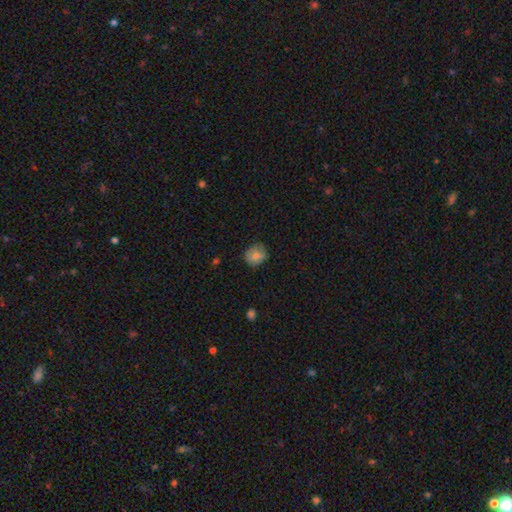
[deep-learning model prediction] Smooth or featured: smooth — 77% (featured or disk — 14%)
How rounded: round — 69% (in between — 30%)
Merging: none — 73% (minor disturbance — 21%)